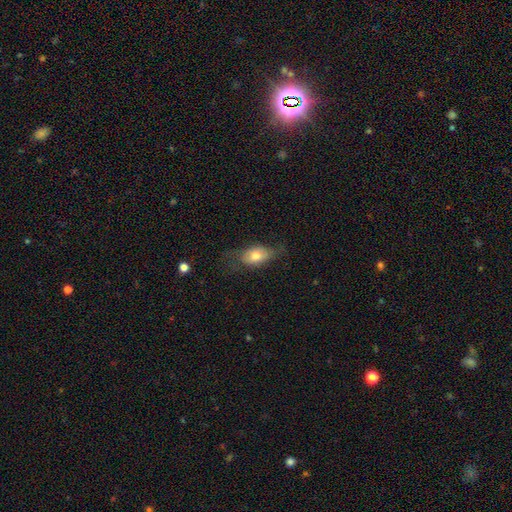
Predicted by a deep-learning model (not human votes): This is likely a smooth galaxy (67%). How rounded: clearly in between (85%). Merging: possibly none (56%).